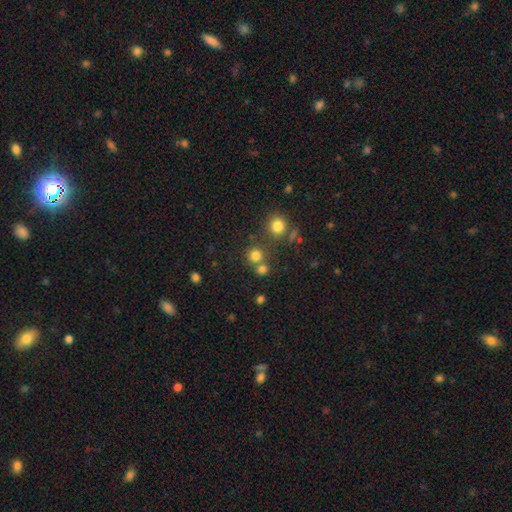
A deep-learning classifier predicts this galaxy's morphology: This appears to be a smooth galaxy with no disk features (77%) that is round (90%). Merging: none (64%).